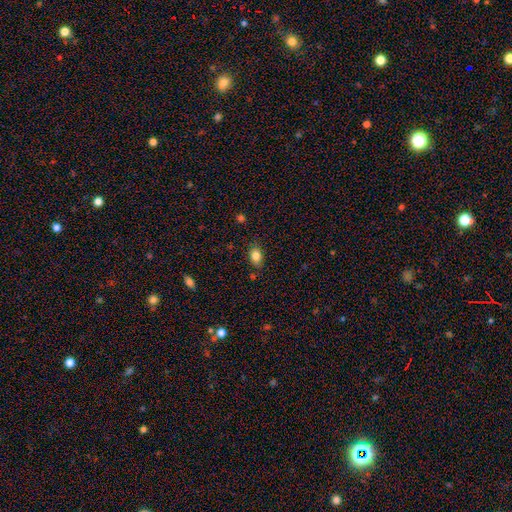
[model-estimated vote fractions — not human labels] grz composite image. It shows a smooth galaxy with no disk features (84%) that is in between round and cigar-shaped (77%). Merging: none (80%).